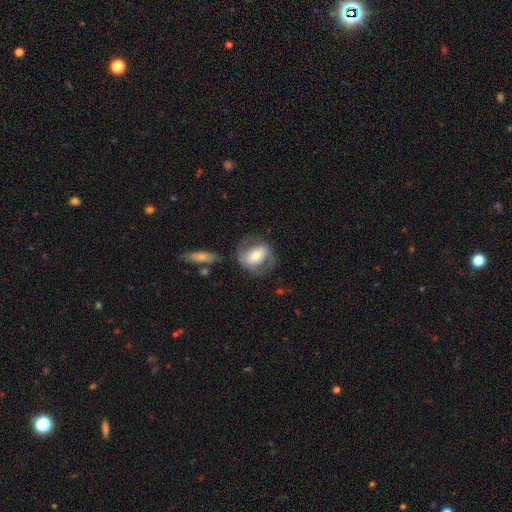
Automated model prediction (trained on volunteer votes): smooth_or_featured: featured or disk (p=0.50) [alt: smooth p=0.44]
merging: none (p=0.66) [alt: minor disturbance p=0.18]